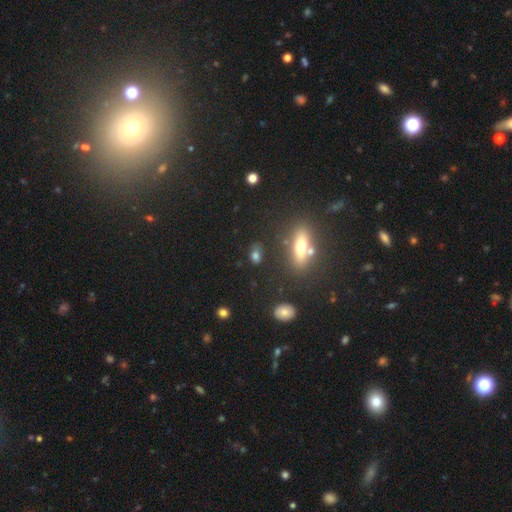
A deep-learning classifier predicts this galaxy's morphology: type=smooth (73%); roundness=in between (68%); merging=none (71%).